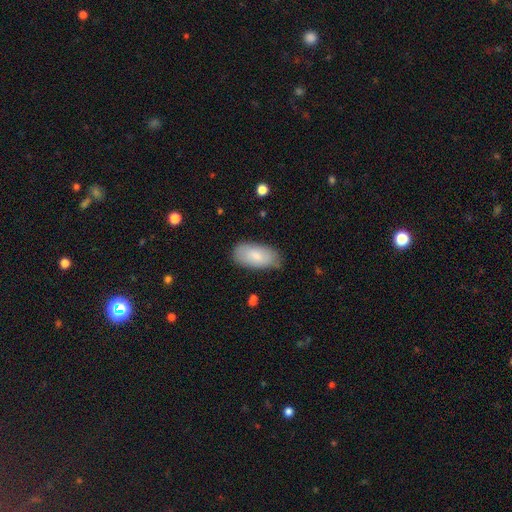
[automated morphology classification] type=smooth (81%); roundness=in between (94%); merging=none (73%).